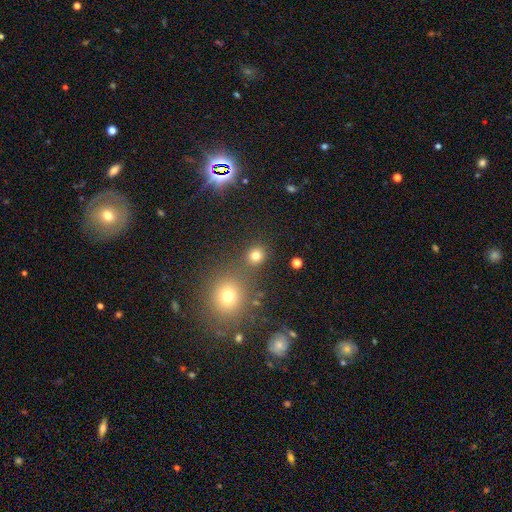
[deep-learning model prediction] Smooth or featured? Predicted: smooth (p=0.76). How rounded? Predicted: round (p=0.86). Merging? Predicted: none (p=0.80).